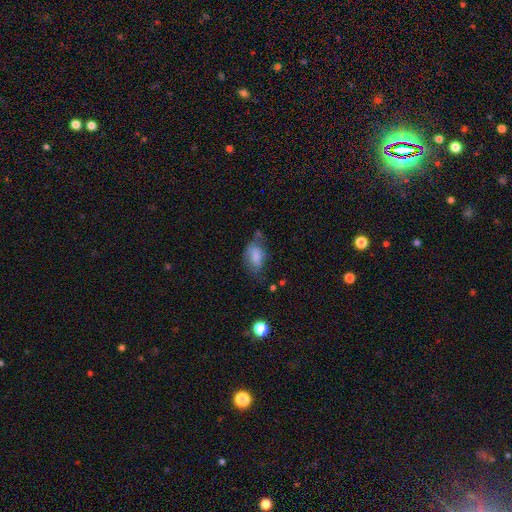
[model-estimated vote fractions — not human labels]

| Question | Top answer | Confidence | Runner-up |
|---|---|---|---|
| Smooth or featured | smooth | 74% | featured or disk (17%) |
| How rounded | in between | 89% | round (8%) |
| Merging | none | 39% | minor disturbance (34%) |